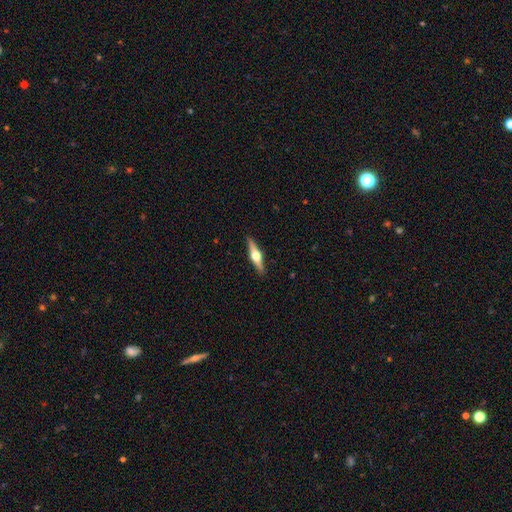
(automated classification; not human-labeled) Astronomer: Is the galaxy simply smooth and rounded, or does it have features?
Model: featured or disk — 69%.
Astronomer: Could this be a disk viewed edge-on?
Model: yes — 97%.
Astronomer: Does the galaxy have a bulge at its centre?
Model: rounded — 96%.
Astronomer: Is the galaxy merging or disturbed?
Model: none — 91%.